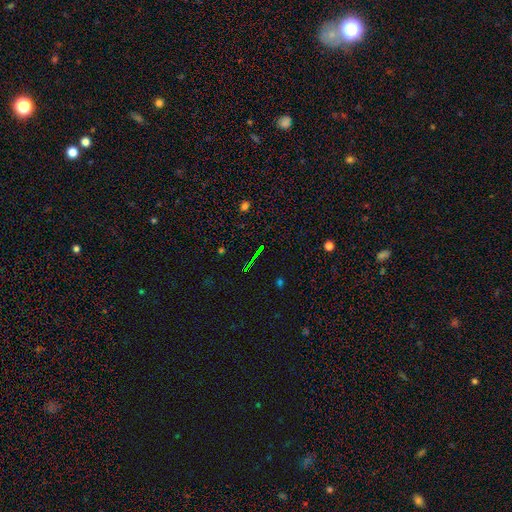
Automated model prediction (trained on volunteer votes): Overall: star or artifact (67%).